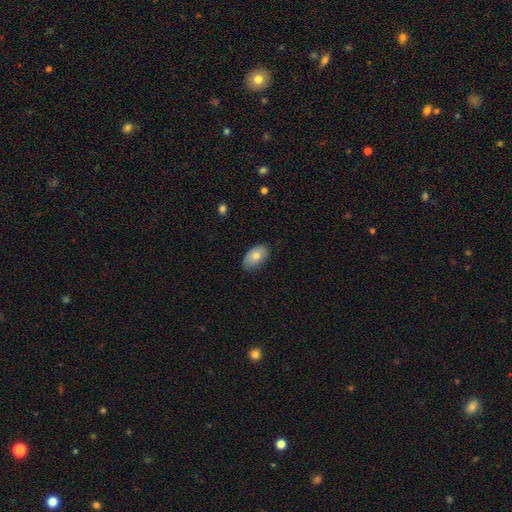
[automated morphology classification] A smooth galaxy with no disk features (72%) that is in between round and cigar-shaped (92%).

Vote fractions:
- Smooth or featured? smooth: 72% / featured or disk: 20% / star or artifact: 8%
- How rounded? in between: 92% / round: 7% / cigar-shaped: 2%
- Merging? none: 76% / minor disturbance: 20% / major disturbance: 3% / merger: 1%